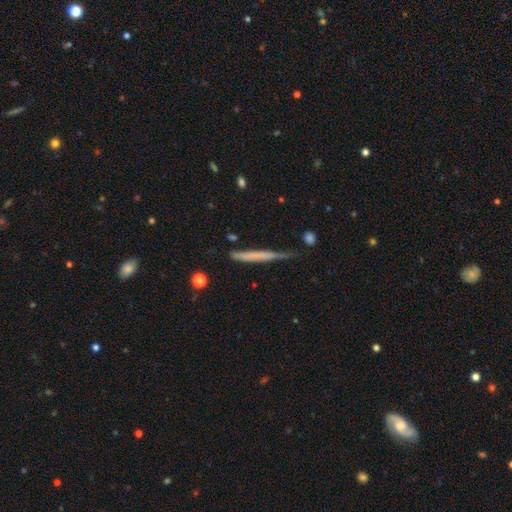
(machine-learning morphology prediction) smooth_or_featured: smooth (p=0.55) [alt: featured or disk p=0.39]
how_rounded: cigar-shaped (p=0.96) [alt: in between p=0.02]
merging: none (p=0.65) [alt: minor disturbance p=0.26]